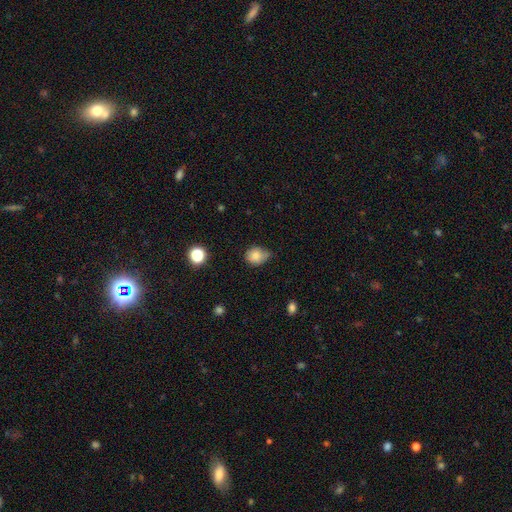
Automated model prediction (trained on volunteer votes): smooth-or-featured: smooth: 79% | star or artifact: 11% | featured or disk: 11%
  how-rounded: round: 59% | in between: 40% | cigar-shaped: 1%
  merging: none: 47% | minor disturbance: 43% | major disturbance: 8% | merger: 3%